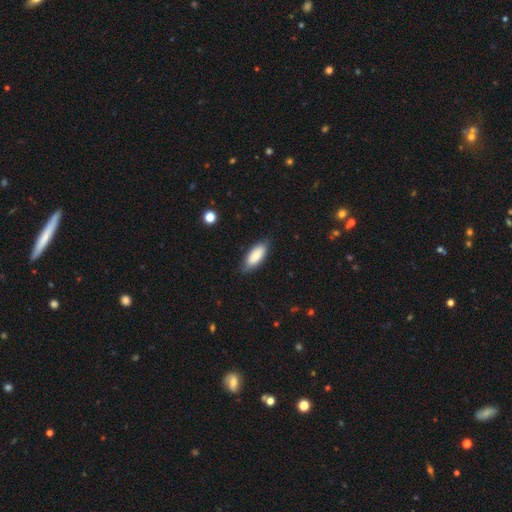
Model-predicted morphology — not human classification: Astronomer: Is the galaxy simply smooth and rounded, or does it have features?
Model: smooth — 87%.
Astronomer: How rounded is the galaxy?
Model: in between — 82%.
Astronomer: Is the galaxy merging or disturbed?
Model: none — 82%.